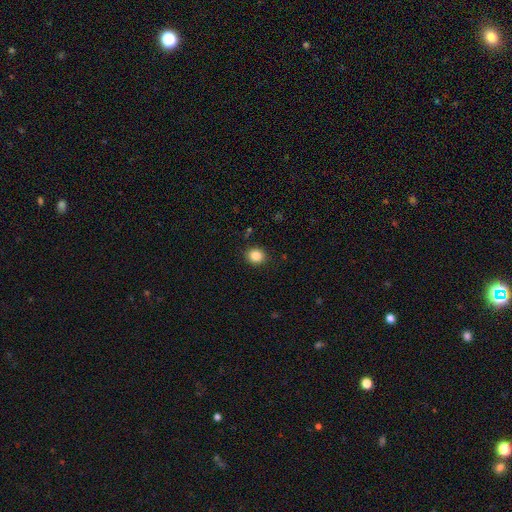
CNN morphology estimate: smooth_or_featured: smooth (p=0.85) [alt: star or artifact p=0.10]
how_rounded: round (p=0.72) [alt: in between p=0.27]
merging: none (p=0.90) [alt: minor disturbance p=0.07]